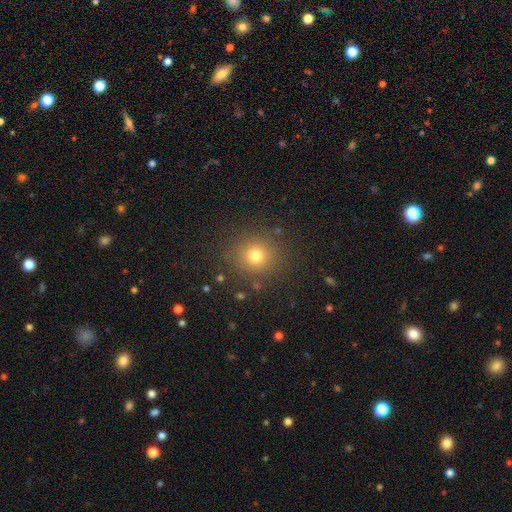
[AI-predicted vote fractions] Overall: smooth (75%). How rounded: round (89%). Merging: none (88%).